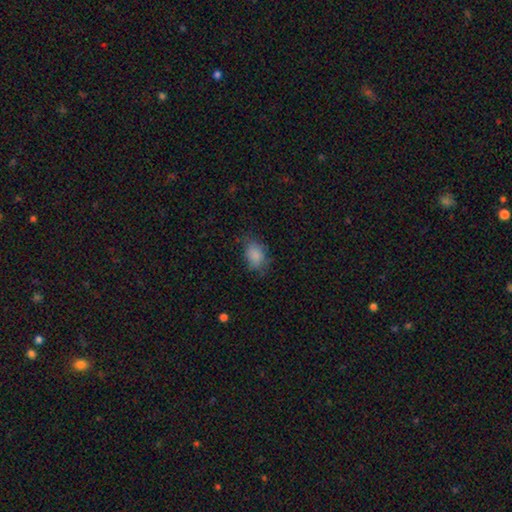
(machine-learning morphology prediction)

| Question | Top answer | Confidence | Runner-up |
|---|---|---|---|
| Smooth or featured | smooth | 84% | star or artifact (10%) |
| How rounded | in between | 76% | round (22%) |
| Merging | none | 66% | minor disturbance (24%) |